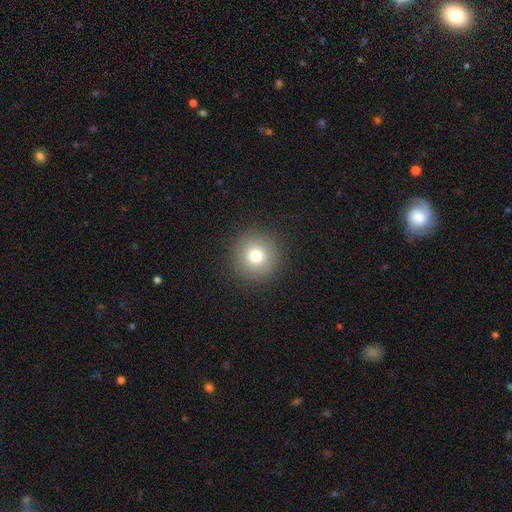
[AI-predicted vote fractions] Overall: smooth (76%). How rounded: round (96%). Merging: none (92%).